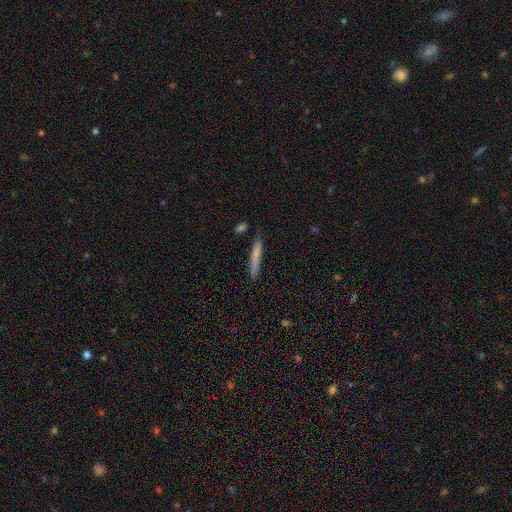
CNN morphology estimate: This is likely a smooth galaxy (72%). How rounded: clearly cigar-shaped (95%). Merging: likely none (80%).